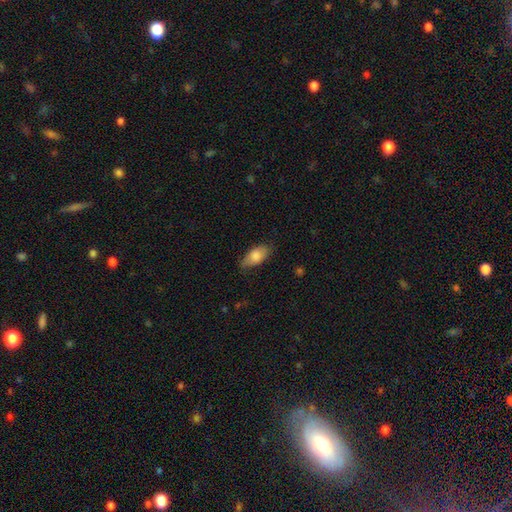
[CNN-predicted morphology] Q: Smooth or featured?
A: smooth (81%); runner-up: featured or disk (13%)
Q: How rounded?
A: in between (90%); runner-up: cigar-shaped (7%)
Q: Merging?
A: none (76%); runner-up: minor disturbance (19%)